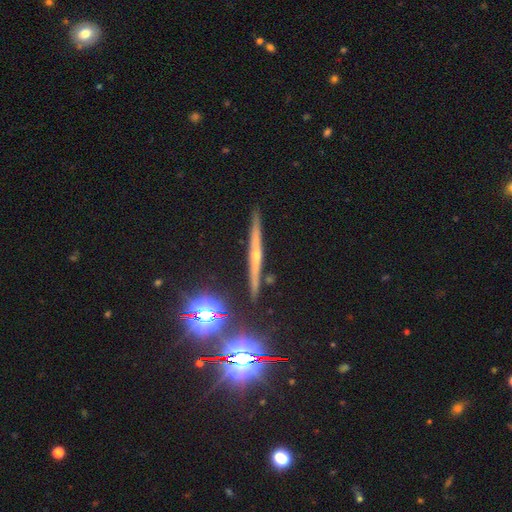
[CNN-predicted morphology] Smooth or featured? featured or disk (67%)
Edge-on disk? yes (96%)
Edge-on bulge? rounded (74%)
Merging? none (89%)